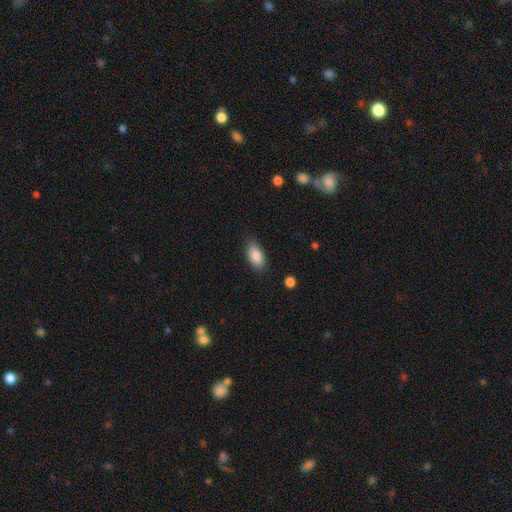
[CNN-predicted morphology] smooth 87%, star or artifact 7%, featured or disk 7%. Down the decision tree: how rounded — in between (91%); merging — none (82%).